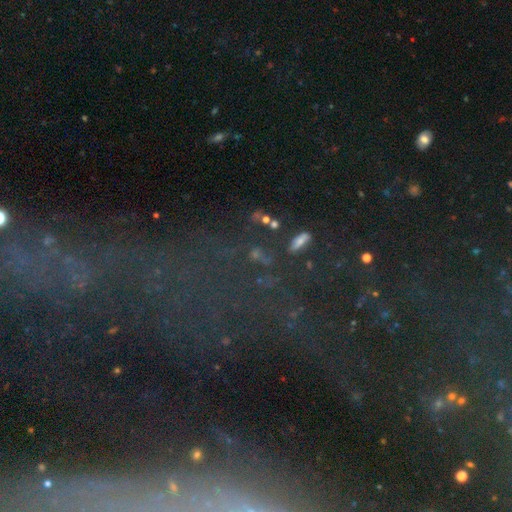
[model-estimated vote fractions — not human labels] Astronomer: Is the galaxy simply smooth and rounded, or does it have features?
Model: star or artifact — 59%.